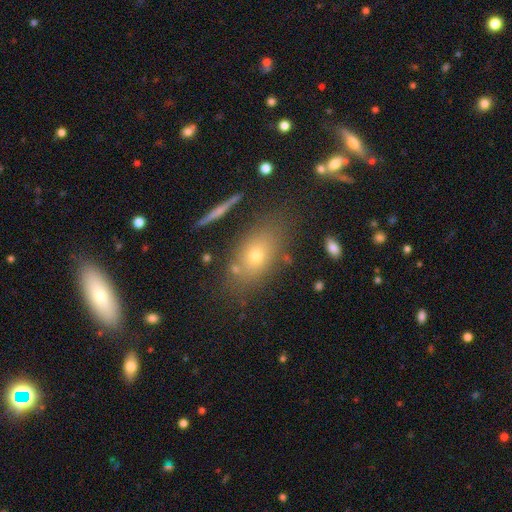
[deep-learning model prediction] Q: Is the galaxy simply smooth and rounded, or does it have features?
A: smooth — 62%.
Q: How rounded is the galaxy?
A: in between — 72%.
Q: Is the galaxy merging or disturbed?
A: none — 78%.